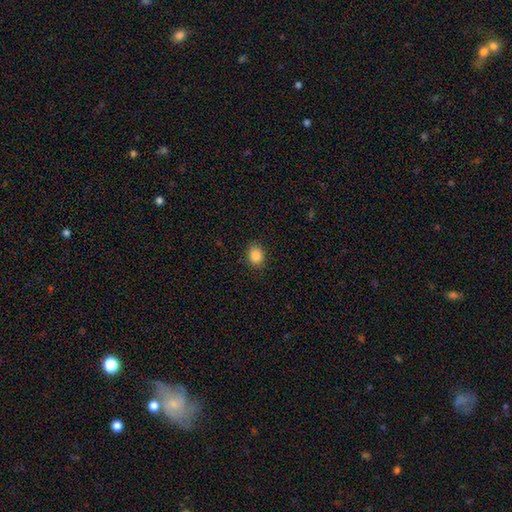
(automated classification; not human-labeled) smooth_or_featured: smooth (p=0.87) [alt: star or artifact p=0.10]
how_rounded: round (p=0.53) [alt: in between p=0.46]
merging: none (p=0.88) [alt: minor disturbance p=0.08]